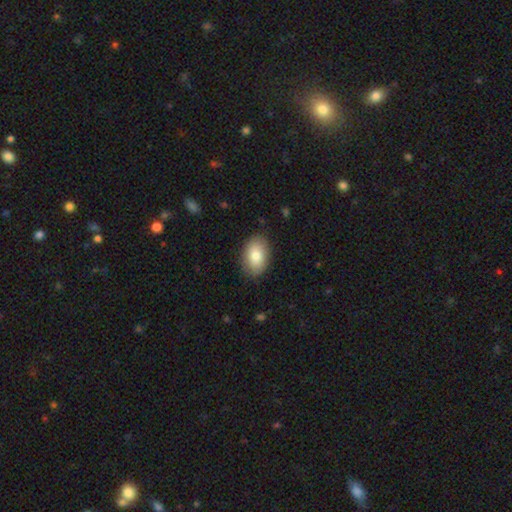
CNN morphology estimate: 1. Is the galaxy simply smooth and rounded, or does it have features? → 81% smooth, 13% featured or disk, 6% star or artifact.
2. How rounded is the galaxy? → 89% in between, 10% round, 1% cigar-shaped.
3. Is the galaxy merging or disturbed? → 85% none, 11% minor disturbance, 3% major disturbance, 1% merger.